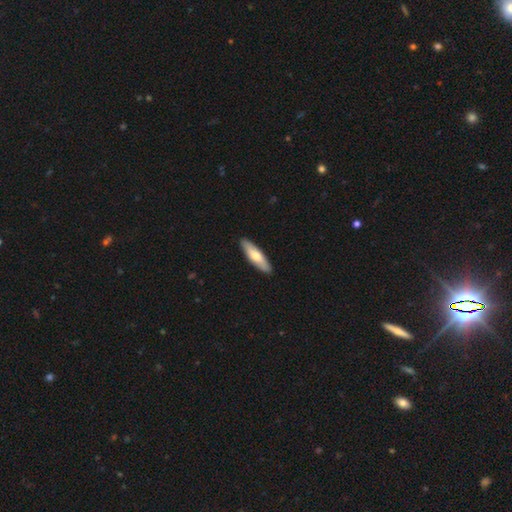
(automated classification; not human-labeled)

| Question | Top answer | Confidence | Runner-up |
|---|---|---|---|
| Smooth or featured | smooth | 63% | featured or disk (33%) |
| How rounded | cigar-shaped | 62% | in between (36%) |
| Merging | none | 91% | minor disturbance (7%) |